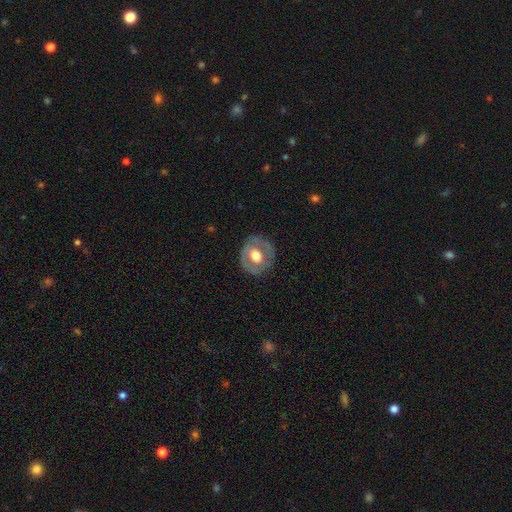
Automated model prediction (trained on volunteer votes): A featured or disk galaxy (51%).

Vote fractions:
- Smooth or featured? featured or disk: 51% / smooth: 43% / star or artifact: 6%
- Edge-on disk? no: 94% / yes: 6%
- Merging? none: 77% / minor disturbance: 16% / major disturbance: 6% / merger: 1%